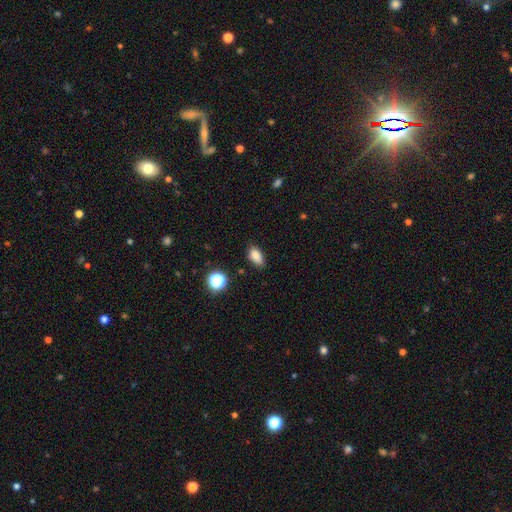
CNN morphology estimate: Smooth or featured?
  - smooth: 84% *
  - star or artifact: 10%
  - featured or disk: 5%
How rounded?
  - in between: 87% *
  - round: 8%
  - cigar-shaped: 5%
Merging?
  - none: 80% *
  - minor disturbance: 15%
  - major disturbance: 3%
  - merger: 2%